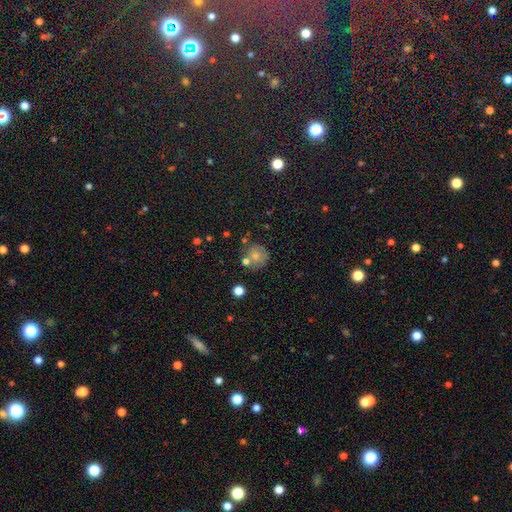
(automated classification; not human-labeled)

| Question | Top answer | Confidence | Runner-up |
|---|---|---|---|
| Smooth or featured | smooth | 69% | featured or disk (17%) |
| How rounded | round | 88% | in between (11%) |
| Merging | none | 64% | minor disturbance (16%) |